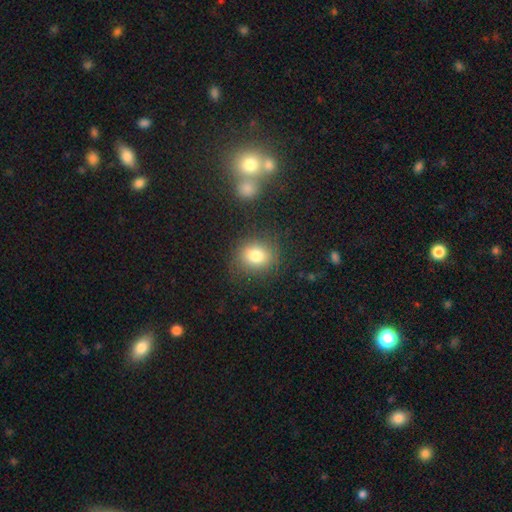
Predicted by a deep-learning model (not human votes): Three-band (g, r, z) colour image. It shows a smooth galaxy with no disk features (79%) that is round (69%). Merging: none (81%).